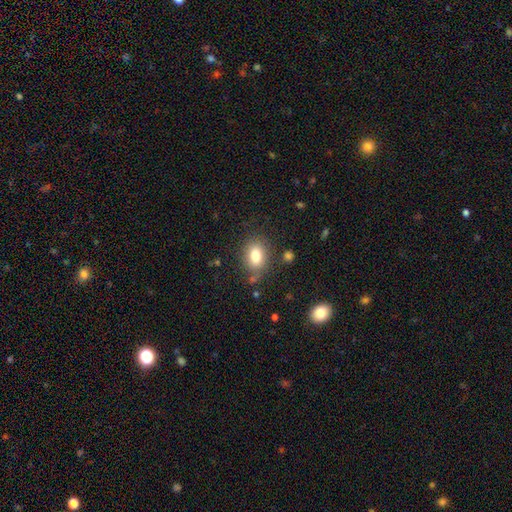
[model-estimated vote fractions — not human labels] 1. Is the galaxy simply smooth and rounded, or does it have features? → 81% smooth, 10% star or artifact, 9% featured or disk.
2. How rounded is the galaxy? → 73% in between, 26% round, 1% cigar-shaped.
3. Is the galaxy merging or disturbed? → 77% none, 14% minor disturbance, 5% major disturbance, 4% merger.